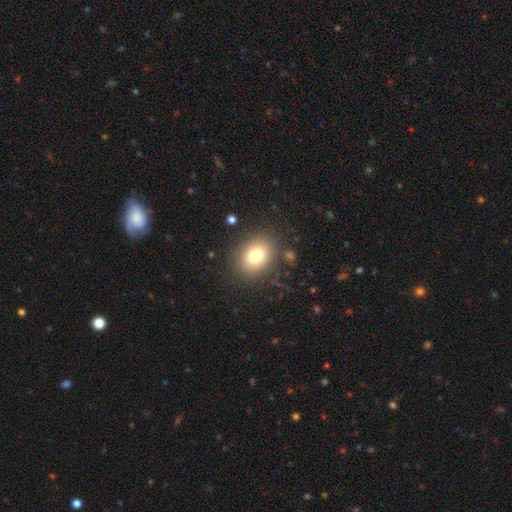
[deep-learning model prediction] Smooth or featured?
  - smooth: 77% *
  - featured or disk: 11%
  - star or artifact: 11%
How rounded?
  - round: 53% *
  - in between: 47%
  - cigar-shaped: 1%
Merging?
  - none: 84% *
  - minor disturbance: 10%
  - major disturbance: 4%
  - merger: 2%